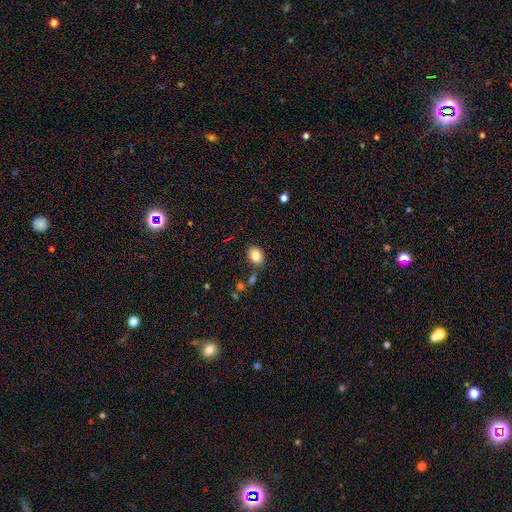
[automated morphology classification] Smooth or featured: smooth — 84% (star or artifact — 9%)
How rounded: in between — 50% (round — 49%)
Merging: none — 82% (minor disturbance — 10%)